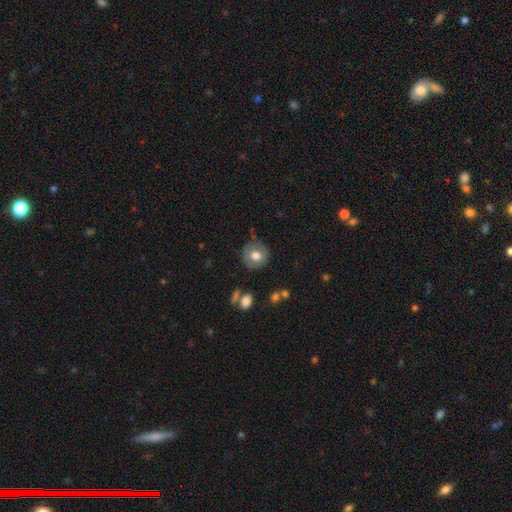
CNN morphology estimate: Smooth or featured: smooth — 65% (featured or disk — 26%)
How rounded: round — 90% (in between — 9%)
Merging: none — 81% (minor disturbance — 13%)